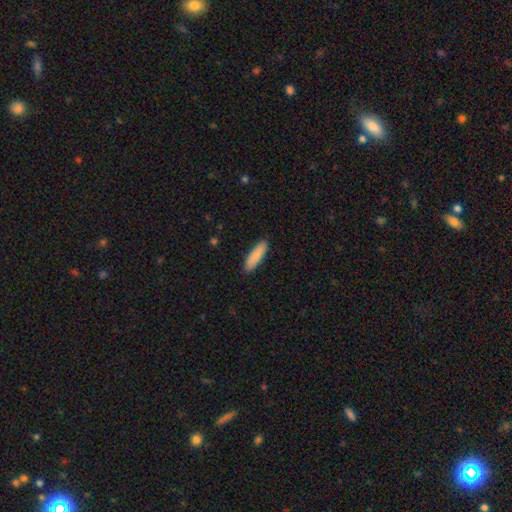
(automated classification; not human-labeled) A smooth galaxy with no disk features (87%) that is cigar-shaped (62%). Merging: none (90%).